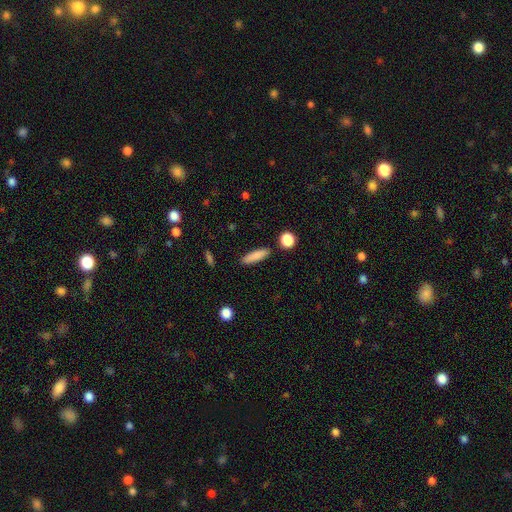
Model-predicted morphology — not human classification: Smooth or featured: smooth — 84% (featured or disk — 9%)
How rounded: cigar-shaped — 73% (in between — 25%)
Merging: none — 88% (minor disturbance — 8%)